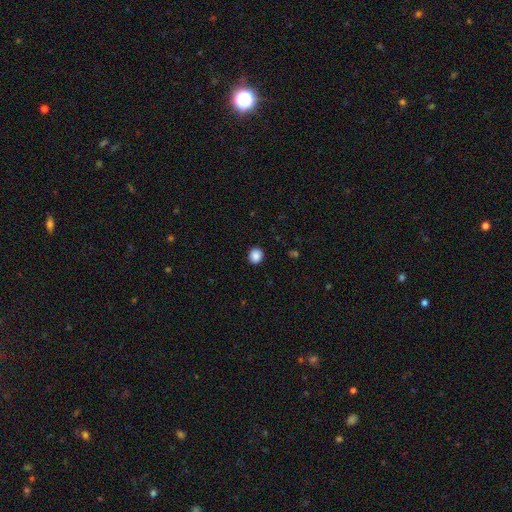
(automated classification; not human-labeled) Morphology: type=smooth (88%); roundness=round (82%); merging=none (92%).